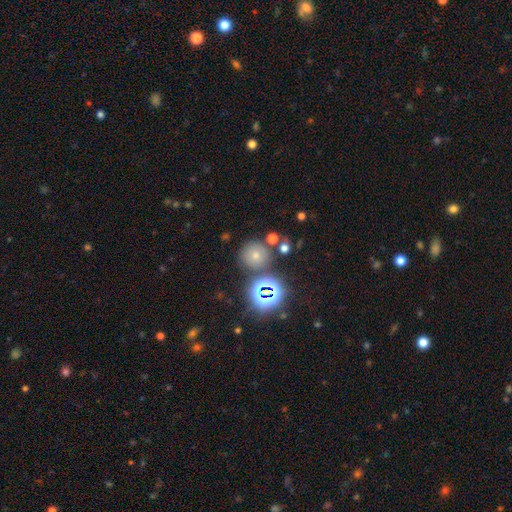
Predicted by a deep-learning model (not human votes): The model was most divided on "smooth or featured": smooth: 58%, star or artifact: 27%, featured or disk: 15%. More confident: how rounded — round (91%); merging — none (75%).